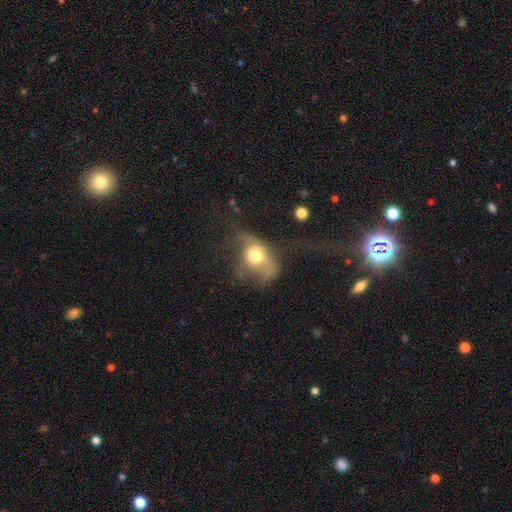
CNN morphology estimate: Smooth or featured: smooth — 54% (featured or disk — 36%)
How rounded: in between — 62% (round — 36%)
Merging: major disturbance — 52% (none — 22%)